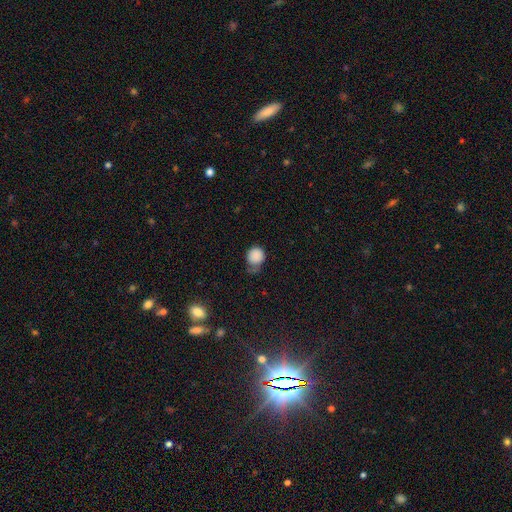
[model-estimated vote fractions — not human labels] This appears to be a smooth galaxy with no disk features (86%) that is round (78%). Merging: none (43%).